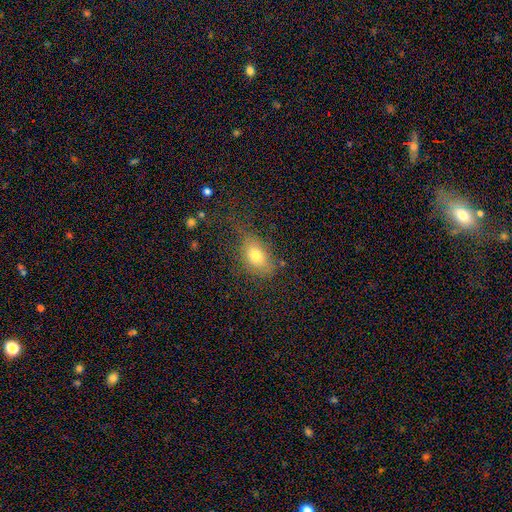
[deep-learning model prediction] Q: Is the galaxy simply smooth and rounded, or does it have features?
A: smooth — 75%.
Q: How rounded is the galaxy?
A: in between — 83%.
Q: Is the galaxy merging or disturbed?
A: none — 50%.